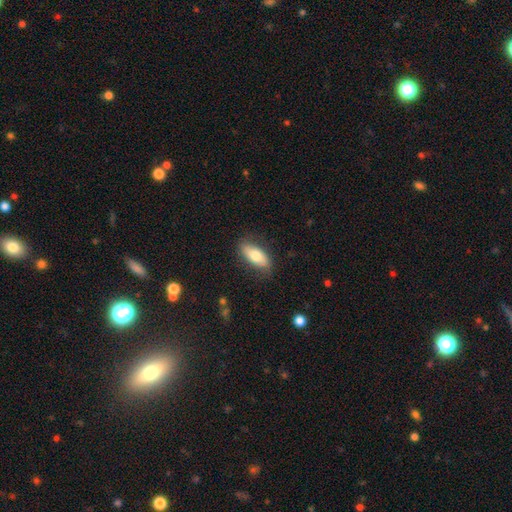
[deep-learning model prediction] smooth 73%, featured or disk 22%, star or artifact 6%. Down the decision tree: how rounded — in between (81%); merging — none (80%).